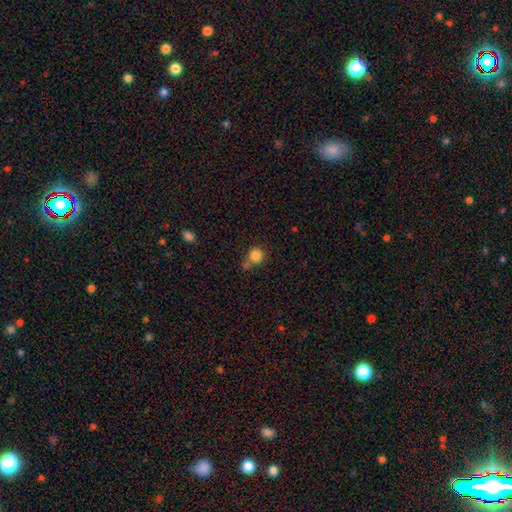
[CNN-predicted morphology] This is clearly a smooth galaxy (84%). How rounded: clearly round (92%). Merging: possibly none (60%).